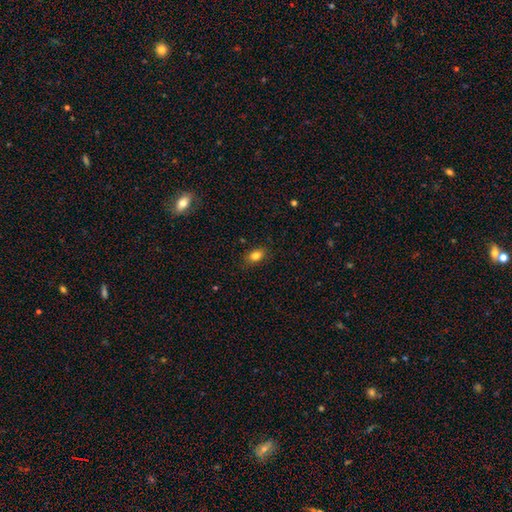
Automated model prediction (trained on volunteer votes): Morphology: type=smooth (82%); roundness=in between (81%); merging=none (85%).